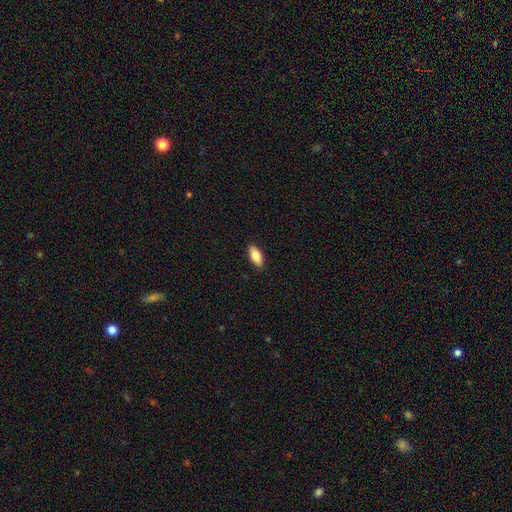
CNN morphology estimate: type=smooth (81%); roundness=in between (85%); merging=none (89%).